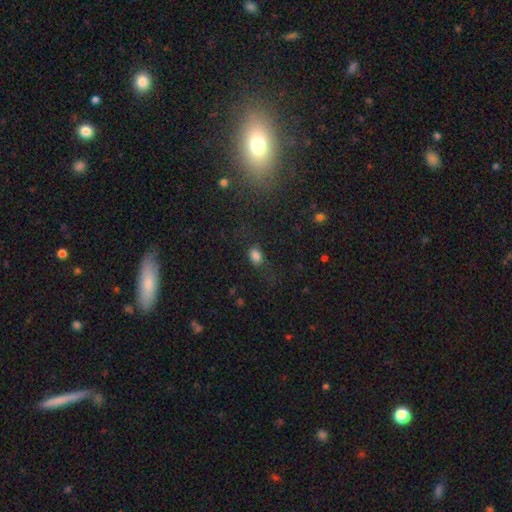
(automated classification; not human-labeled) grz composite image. It shows a smooth galaxy with no disk features (80%) that is in between round and cigar-shaped (76%). Merging: none (64%).